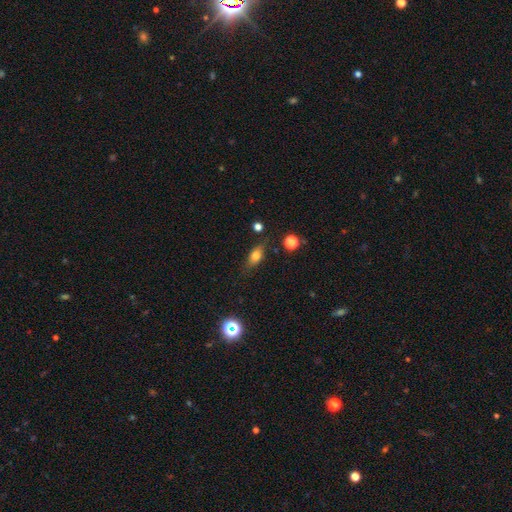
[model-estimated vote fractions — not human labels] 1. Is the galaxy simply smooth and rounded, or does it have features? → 67% smooth, 22% featured or disk, 11% star or artifact.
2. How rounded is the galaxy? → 71% in between, 17% cigar-shaped, 12% round.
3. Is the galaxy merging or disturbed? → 74% none, 17% minor disturbance, 5% major disturbance, 3% merger.